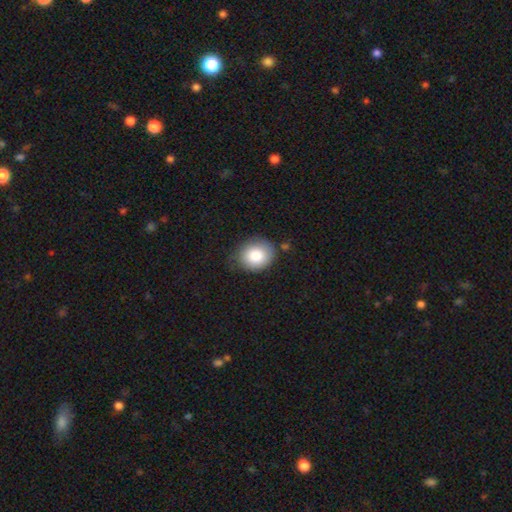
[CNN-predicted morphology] Overall: smooth (84%). How rounded: round (66%; in between 33%). Merging: none (71%).